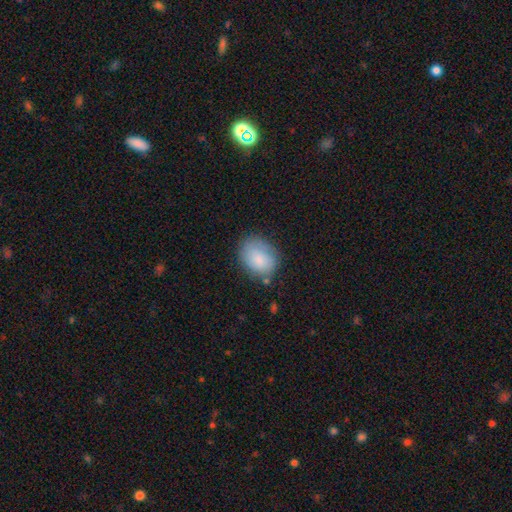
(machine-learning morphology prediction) smooth 81%, featured or disk 11%, star or artifact 8%. Down the decision tree: how rounded — in between (68%); merging — none (69%).